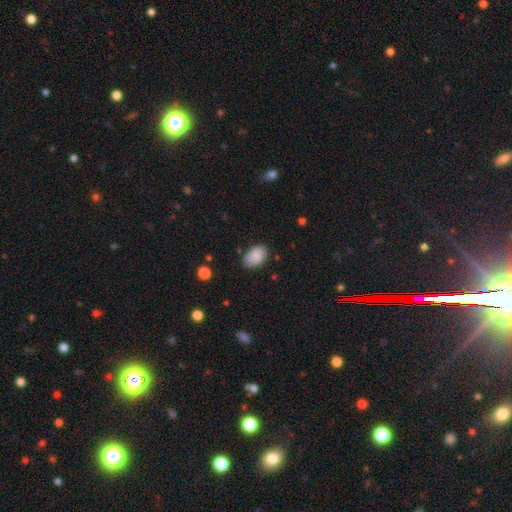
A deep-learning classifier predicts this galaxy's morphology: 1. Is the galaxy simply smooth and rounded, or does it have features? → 88% smooth, 7% star or artifact, 5% featured or disk.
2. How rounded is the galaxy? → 91% in between, 8% round, 1% cigar-shaped.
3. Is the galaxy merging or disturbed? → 80% none, 15% minor disturbance, 3% major disturbance, 2% merger.